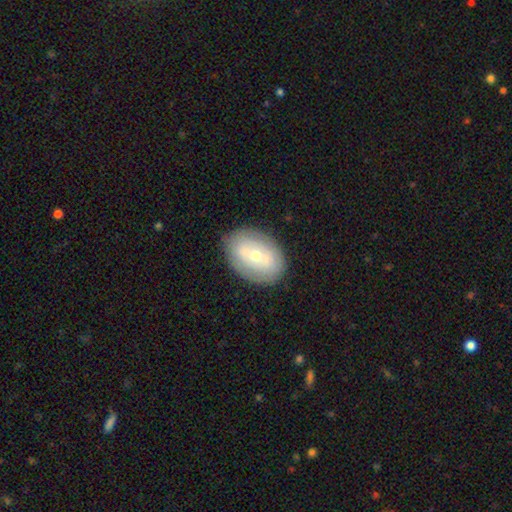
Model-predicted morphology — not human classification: type=featured or disk (48%); merging=none (84%).